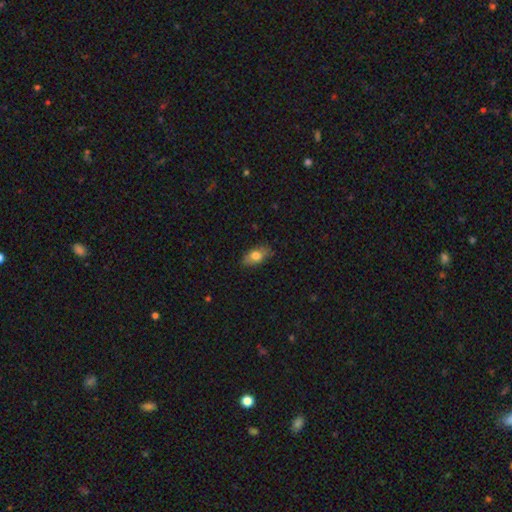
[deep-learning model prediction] Smooth or featured? Predicted: smooth (p=0.71). How rounded? Predicted: in between (p=0.88). Merging? Predicted: none (p=0.78).